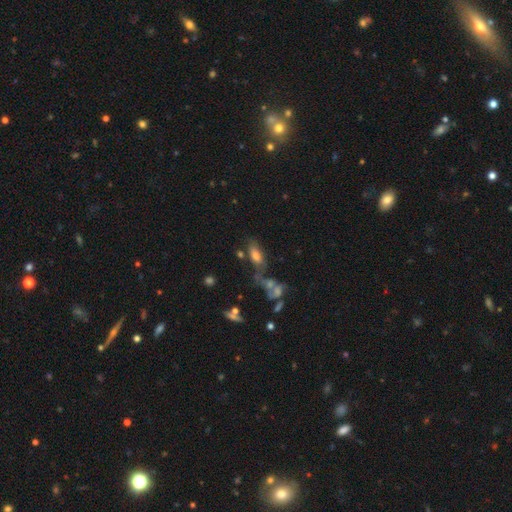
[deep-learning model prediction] A smooth galaxy with no disk features (67%) that is in between round and cigar-shaped (78%). Merging: none (49%).